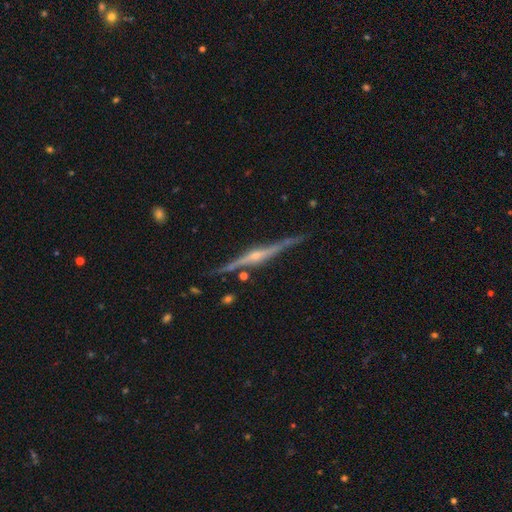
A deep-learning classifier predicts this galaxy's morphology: This is clearly a featured or disk galaxy (87%). It is clearly viewed edge-on (98%). Edge-on bulge: clearly rounded (83%). Merging: clearly none (85%).